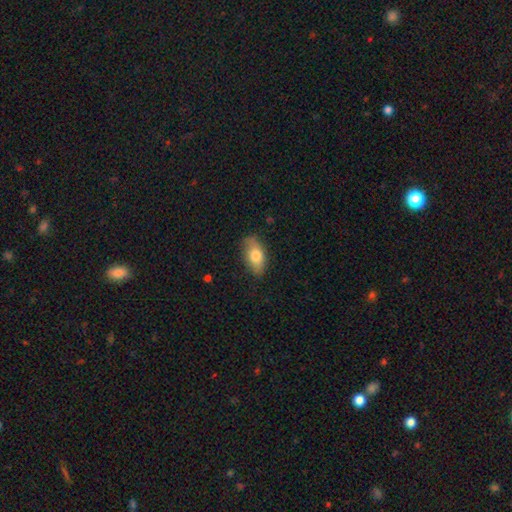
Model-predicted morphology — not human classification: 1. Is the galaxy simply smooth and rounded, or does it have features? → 76% smooth, 18% featured or disk, 7% star or artifact.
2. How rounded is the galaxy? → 89% in between, 6% cigar-shaped, 5% round.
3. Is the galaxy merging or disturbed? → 81% none, 15% minor disturbance, 3% major disturbance, 1% merger.